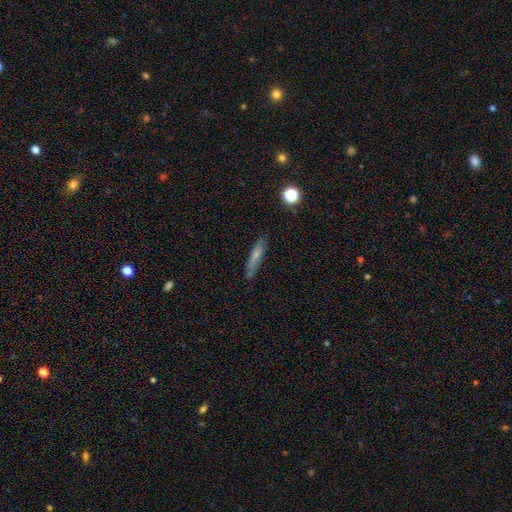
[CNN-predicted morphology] smooth-or-featured: smooth: 64% | featured or disk: 27% | star or artifact: 9%
  how-rounded: cigar-shaped: 83% | in between: 15% | round: 2%
  merging: none: 76% | minor disturbance: 17% | merger: 4% | major disturbance: 4%